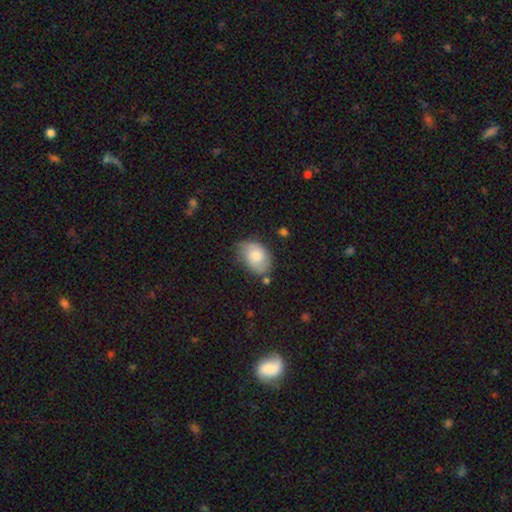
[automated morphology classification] Q: Smooth or featured?
A: smooth (67%); runner-up: featured or disk (26%)
Q: How rounded?
A: in between (85%); runner-up: round (13%)
Q: Merging?
A: none (64%); runner-up: minor disturbance (26%)